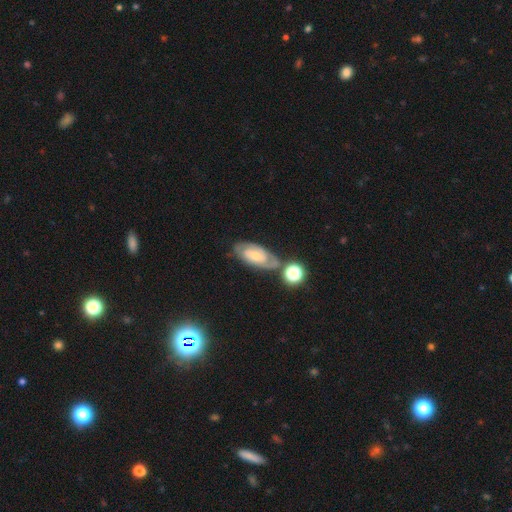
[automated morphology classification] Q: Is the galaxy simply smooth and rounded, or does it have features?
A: featured or disk — 71%.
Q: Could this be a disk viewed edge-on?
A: no — 93%.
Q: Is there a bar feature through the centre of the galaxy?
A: no — 60%.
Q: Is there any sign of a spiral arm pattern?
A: yes — 91%.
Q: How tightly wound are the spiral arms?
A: tight — 61%.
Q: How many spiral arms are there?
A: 2 — 64%.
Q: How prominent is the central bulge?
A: small — 58%.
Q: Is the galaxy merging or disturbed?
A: none — 63%.